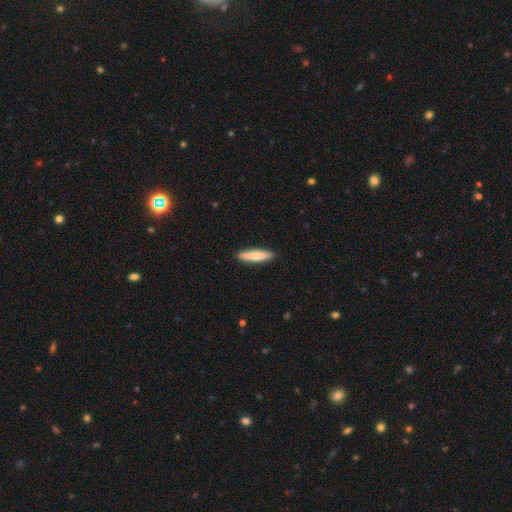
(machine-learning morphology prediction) Q: Smooth or featured?
A: smooth (72%); runner-up: featured or disk (23%)
Q: How rounded?
A: cigar-shaped (79%); runner-up: in between (19%)
Q: Merging?
A: none (91%); runner-up: minor disturbance (7%)